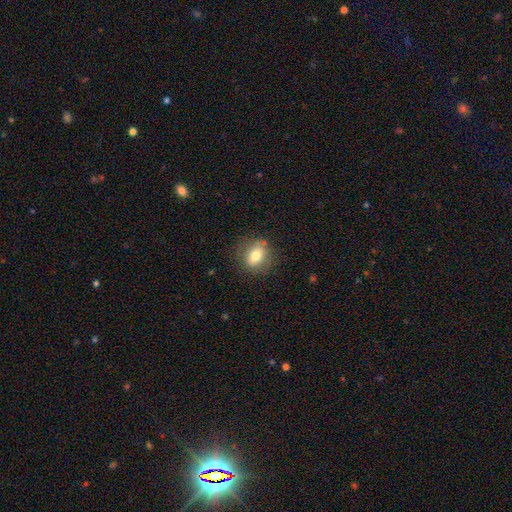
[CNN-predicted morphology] A smooth galaxy with no disk features (73%) that is round (52%). Merging: none (78%).